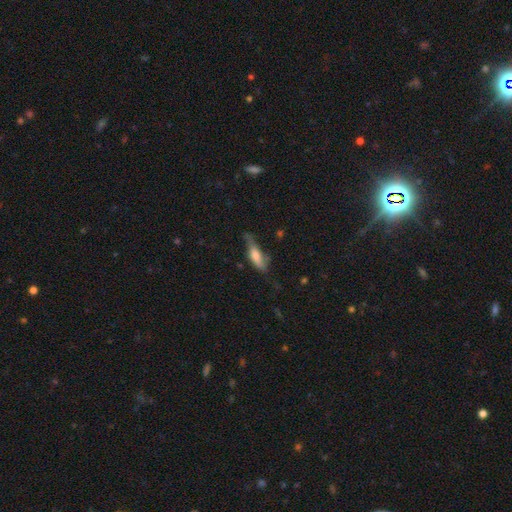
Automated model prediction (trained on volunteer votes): Smooth or featured?
  - smooth: 63% *
  - featured or disk: 29%
  - star or artifact: 8%
How rounded?
  - in between: 50% *
  - cigar-shaped: 48%
  - round: 2%
Merging?
  - none: 39% *
  - minor disturbance: 36%
  - major disturbance: 21%
  - merger: 4%